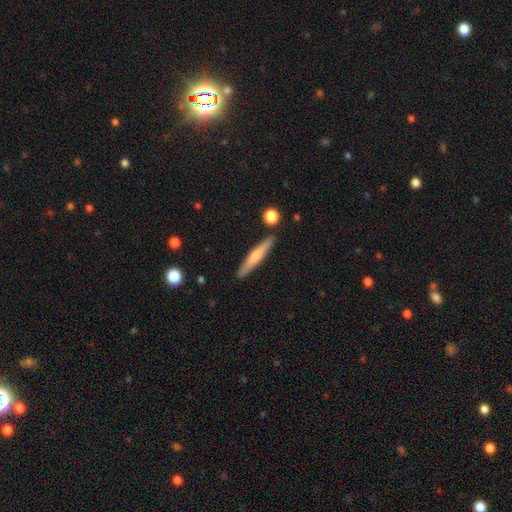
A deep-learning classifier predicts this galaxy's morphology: smooth-or-featured: smooth: 52% | featured or disk: 42% | star or artifact: 6%
  how-rounded: cigar-shaped: 92% | in between: 7% | round: 2%
  merging: none: 88% | minor disturbance: 7% | merger: 3% | major disturbance: 2%